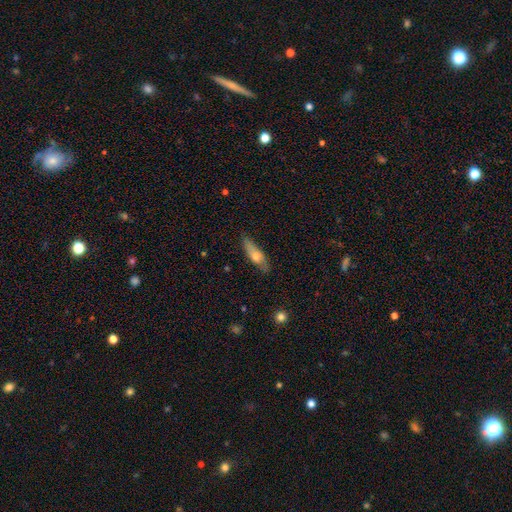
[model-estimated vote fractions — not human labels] Q: Smooth or featured?
A: smooth (57%); runner-up: featured or disk (36%)
Q: How rounded?
A: cigar-shaped (60%); runner-up: in between (37%)
Q: Merging?
A: none (72%); runner-up: minor disturbance (22%)